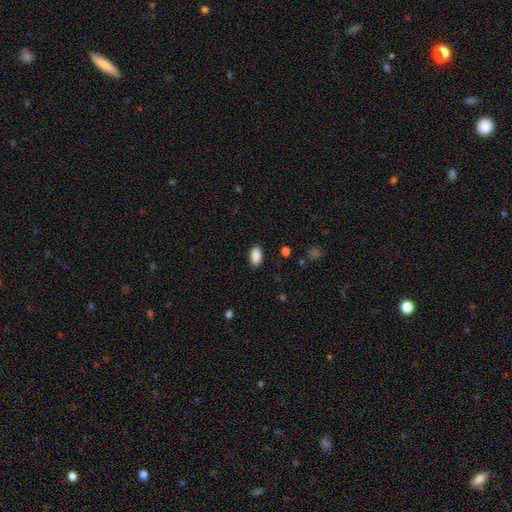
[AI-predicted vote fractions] Overall: smooth (89%). How rounded: in between (93%). Merging: none (87%).